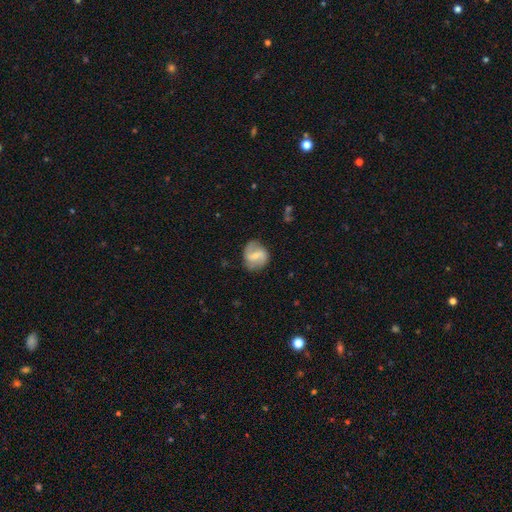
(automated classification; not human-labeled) The model was most divided on "spiral winding": loose: 43%, medium: 41%, tight: 16%. Remaining: edge-on disk — no (97%); spiral arms — yes (89%); spiral arm count — 2 (88%); merging — none (77%); smooth or featured — featured or disk (70%); bar — weak (47%); bulge size — small (46%).